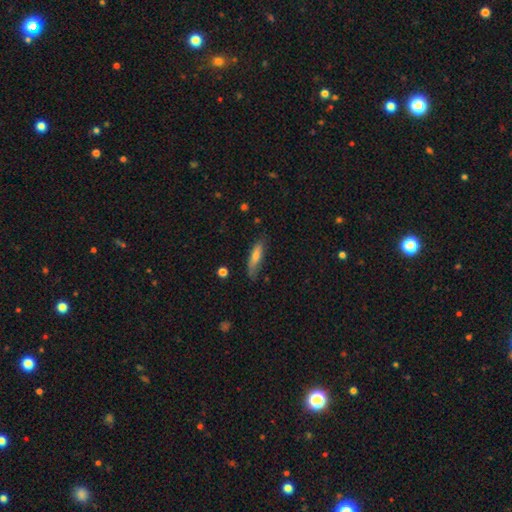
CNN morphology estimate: Smooth or featured: smooth — 64% (featured or disk — 28%)
How rounded: cigar-shaped — 73% (in between — 25%)
Merging: none — 71% (minor disturbance — 22%)